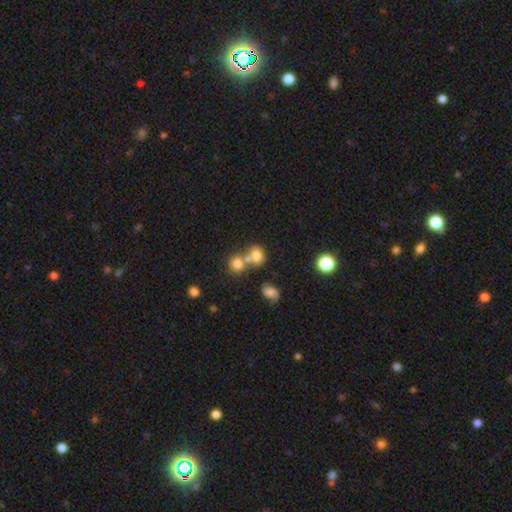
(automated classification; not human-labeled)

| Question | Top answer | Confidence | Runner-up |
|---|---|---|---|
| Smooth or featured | smooth | 75% | star or artifact (14%) |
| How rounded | round | 62% | in between (37%) |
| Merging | none | 43% | merger (42%) |